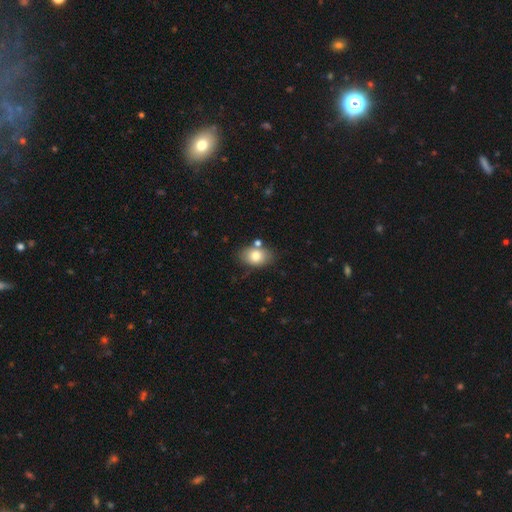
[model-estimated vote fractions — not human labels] A smooth galaxy with no disk features (78%) that is in between round and cigar-shaped (80%).

Vote fractions:
- Smooth or featured? smooth: 78% / featured or disk: 14% / star or artifact: 8%
- How rounded? in between: 80% / round: 19% / cigar-shaped: 1%
- Merging? none: 71% / minor disturbance: 15% / merger: 10% / major disturbance: 4%